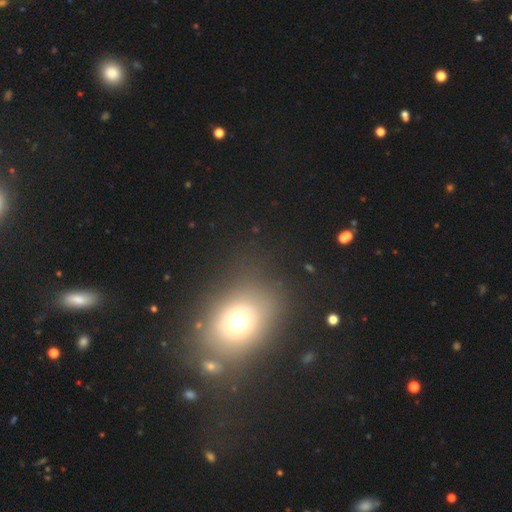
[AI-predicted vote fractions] smooth 55%, star or artifact 28%, featured or disk 17%. Down the decision tree: how rounded — round (55%); merging — none (74%).